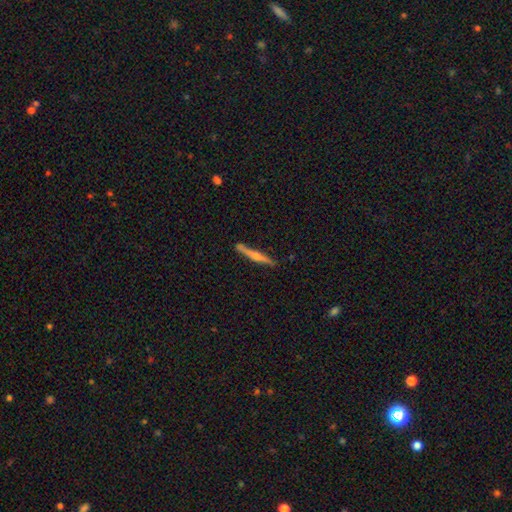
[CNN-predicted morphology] featured or disk 67%, smooth 28%, star or artifact 6%. Down the decision tree: edge-on disk — yes (97%); edge-on bulge — rounded (80%); merging — none (84%).